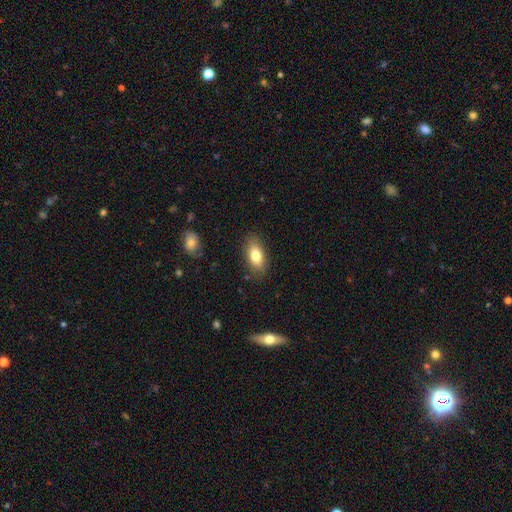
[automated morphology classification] smooth 79%, featured or disk 13%, star or artifact 8%. Down the decision tree: how rounded — in between (87%); merging — none (85%).